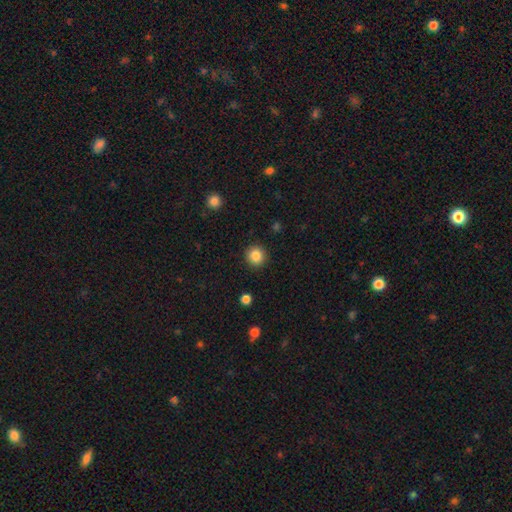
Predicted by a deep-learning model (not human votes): This is clearly a smooth galaxy (86%). How rounded: clearly round (93%). Merging: clearly none (92%).